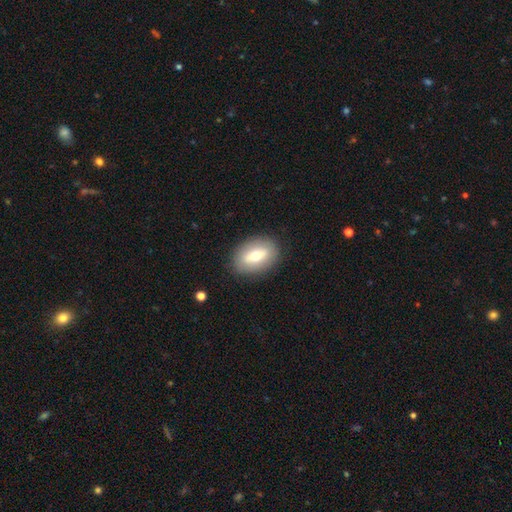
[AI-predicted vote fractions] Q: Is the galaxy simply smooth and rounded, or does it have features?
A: smooth — 61%.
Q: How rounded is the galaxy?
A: in between — 84%.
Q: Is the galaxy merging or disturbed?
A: none — 86%.